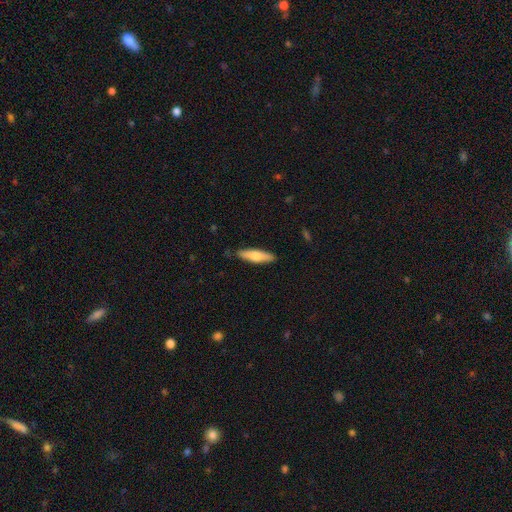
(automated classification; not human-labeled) This is likely a smooth galaxy (64%). How rounded: likely cigar-shaped (68%). Merging: clearly none (87%).